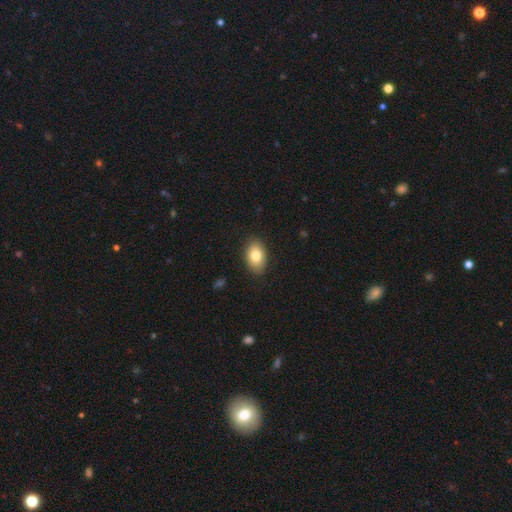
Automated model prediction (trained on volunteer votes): smooth-or-featured: smooth: 80% | featured or disk: 12% | star or artifact: 8%
  how-rounded: in between: 86% | round: 12% | cigar-shaped: 1%
  merging: none: 88% | minor disturbance: 9% | major disturbance: 2% | merger: 1%